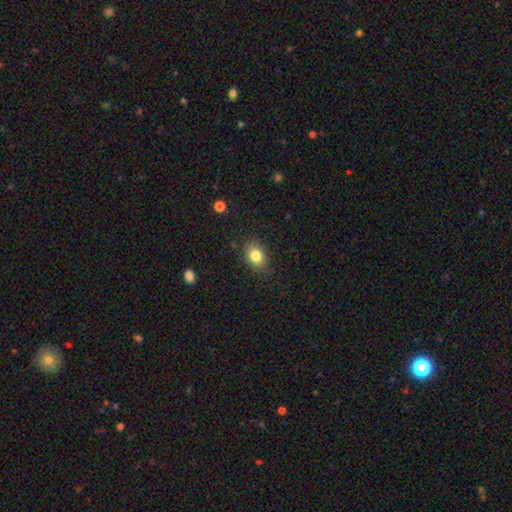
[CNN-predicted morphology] smooth_or_featured: smooth (p=0.83) [alt: star or artifact p=0.10]
how_rounded: in between (p=0.66) [alt: round p=0.32]
merging: none (p=0.82) [alt: minor disturbance p=0.14]